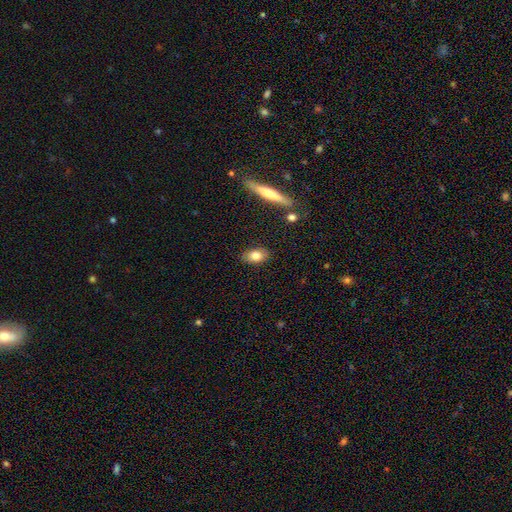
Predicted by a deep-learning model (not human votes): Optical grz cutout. It shows a smooth galaxy with no disk features (79%) that is in between round and cigar-shaped (85%). Merging: none (86%).